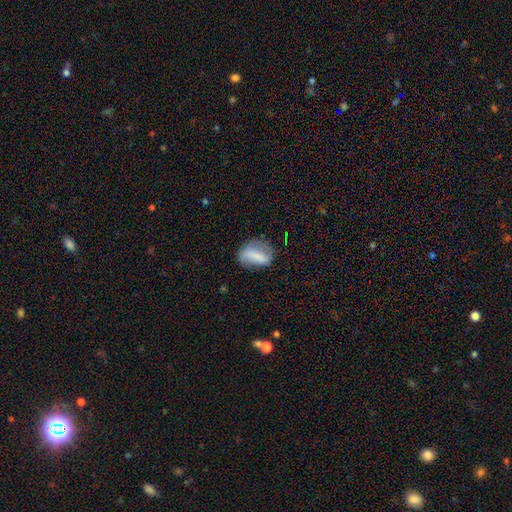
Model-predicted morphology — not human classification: Smooth or featured? smooth (64%)
How rounded? in between (77%)
Merging? none (52%)